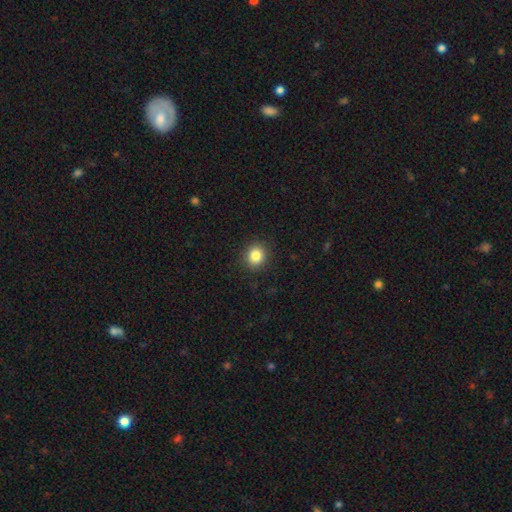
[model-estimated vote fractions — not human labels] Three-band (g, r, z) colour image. It shows a smooth galaxy with no disk features (84%) that is round (83%). Merging: none (90%).